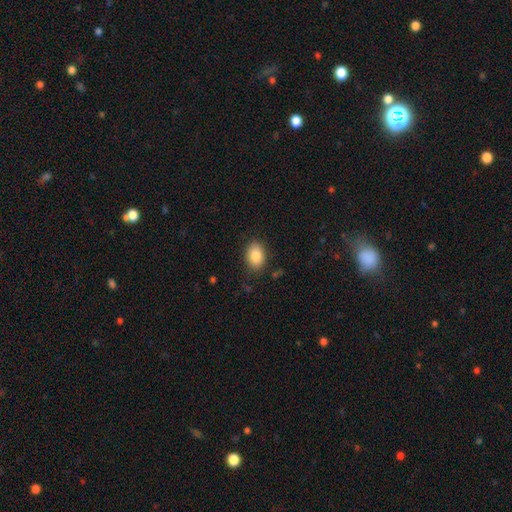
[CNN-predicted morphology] smooth 86%, star or artifact 8%, featured or disk 6%. Down the decision tree: how rounded — in between (80%); merging — none (84%).